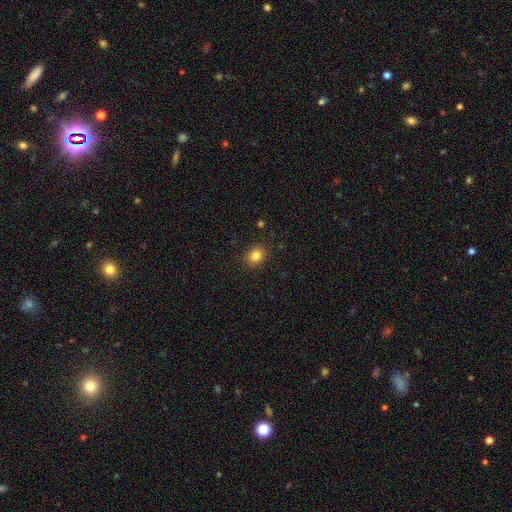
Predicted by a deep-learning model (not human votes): smooth 83%, star or artifact 11%, featured or disk 6%. Down the decision tree: how rounded — in between (55%); merging — none (89%).